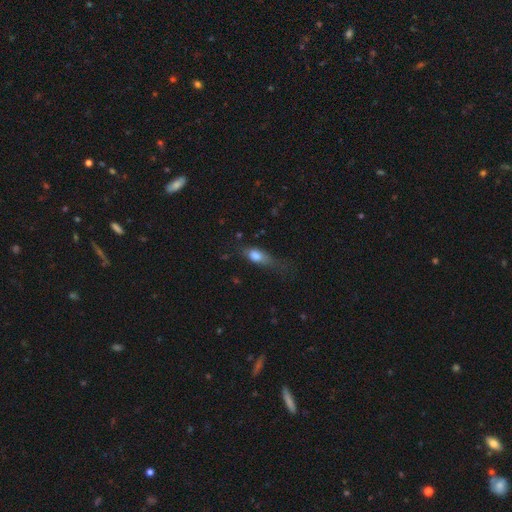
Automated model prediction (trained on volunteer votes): Smooth or featured? Predicted: smooth (p=0.75). How rounded? Predicted: in between (p=0.70). Merging? Predicted: none (p=0.42).